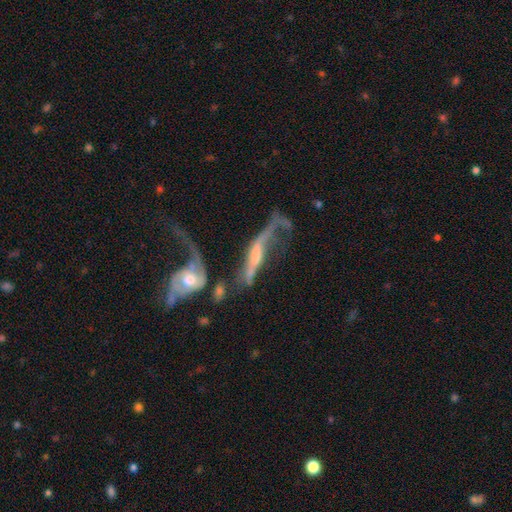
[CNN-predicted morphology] Overall: featured or disk (74%). Edge-on disk: no (71%). Bar: no (50%; weak 29%). Spiral arms: yes (74%). Bulge size: moderate (41%; small 31%). Merging: merger (50%; major disturbance 26%).